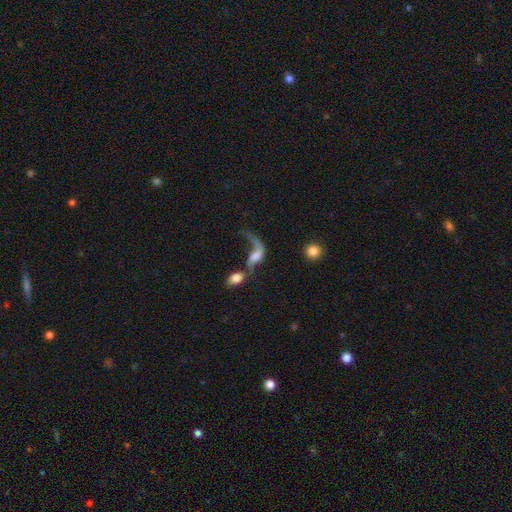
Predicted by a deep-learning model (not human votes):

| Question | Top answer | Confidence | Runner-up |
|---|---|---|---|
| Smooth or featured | featured or disk | 58% | smooth (32%) |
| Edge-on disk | no | 92% | yes (8%) |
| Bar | no | 58% | weak (31%) |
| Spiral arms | yes | 75% | no (25%) |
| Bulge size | moderate | 34% | small (23%) |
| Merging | merger | 47% | major disturbance (29%) |